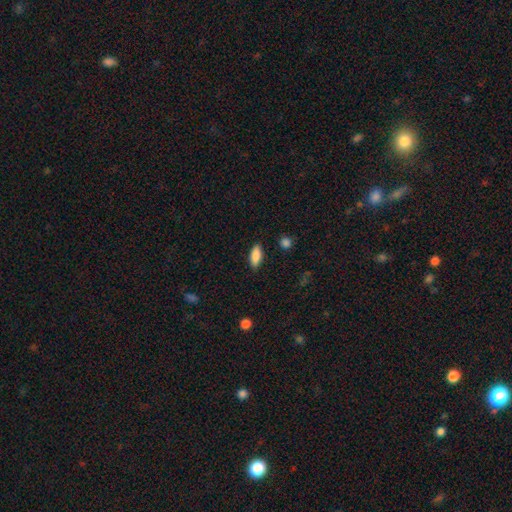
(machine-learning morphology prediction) Overall: smooth (86%). How rounded: in between (78%). Merging: none (85%).